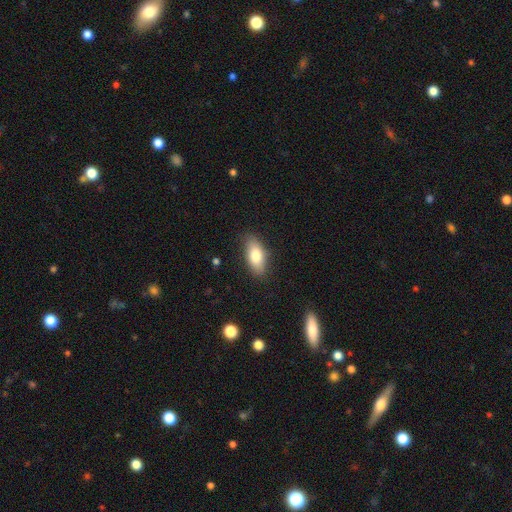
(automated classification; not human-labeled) Overall: smooth (78%). How rounded: in between (86%). Merging: none (83%).